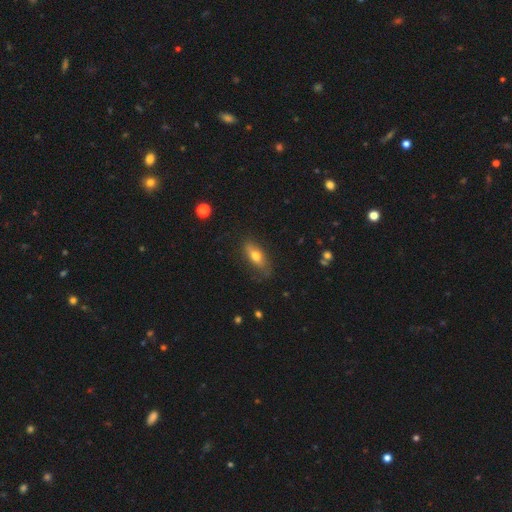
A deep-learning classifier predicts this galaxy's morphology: The model was most divided on "smooth or featured": smooth: 68%, featured or disk: 24%, star or artifact: 8%. More confident: how rounded — in between (76%); merging — none (73%).